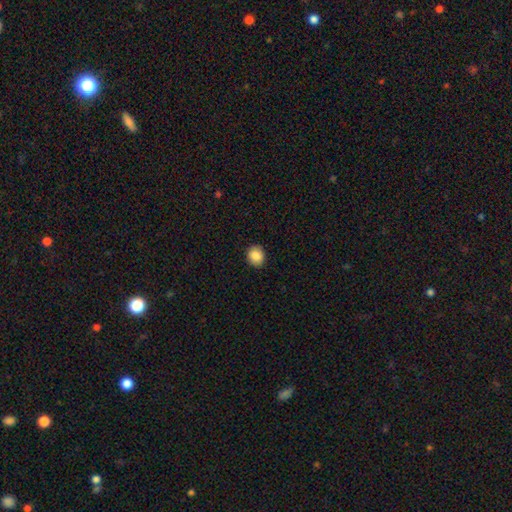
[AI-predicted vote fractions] Morphology: type=smooth (87%); roundness=round (70%); merging=none (90%).